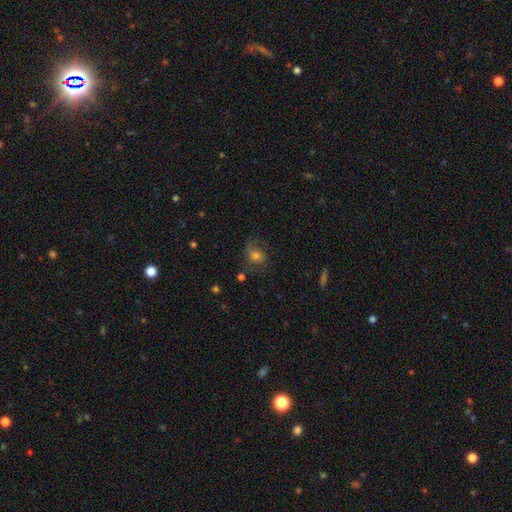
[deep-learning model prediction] Smooth or featured? smooth (55%)
How rounded? round (51%)
Merging? none (56%)